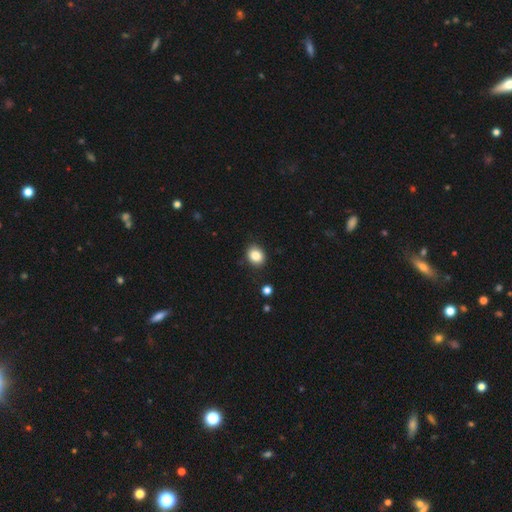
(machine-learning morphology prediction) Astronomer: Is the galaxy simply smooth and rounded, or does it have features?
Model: smooth — 85%.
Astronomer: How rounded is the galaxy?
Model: round — 55% (runner-up: in between, 44%).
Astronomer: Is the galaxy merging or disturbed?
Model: none — 87%.